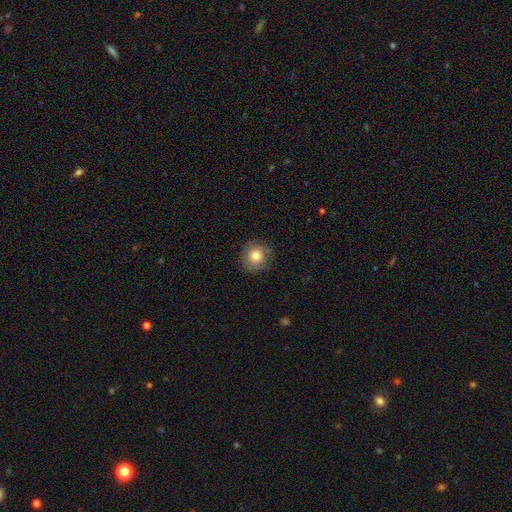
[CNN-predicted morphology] The model was most divided on "smooth or featured": smooth: 79%, featured or disk: 13%, star or artifact: 8%. More confident: how rounded — round (88%); merging — none (81%).